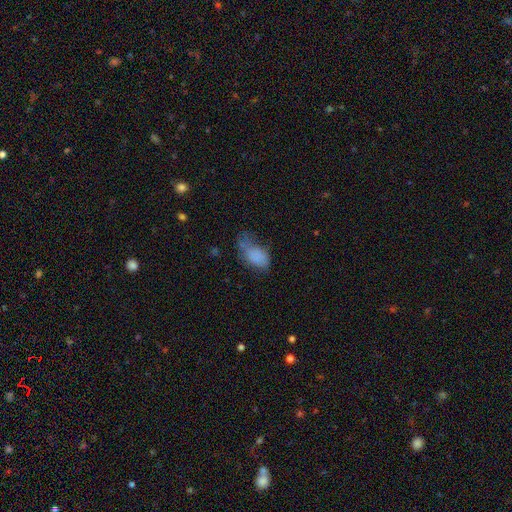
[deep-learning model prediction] smooth-or-featured: smooth: 74% | featured or disk: 16% | star or artifact: 10%
  how-rounded: in between: 92% | round: 6% | cigar-shaped: 3%
  merging: major disturbance: 36% | minor disturbance: 32% | none: 26% | merger: 5%